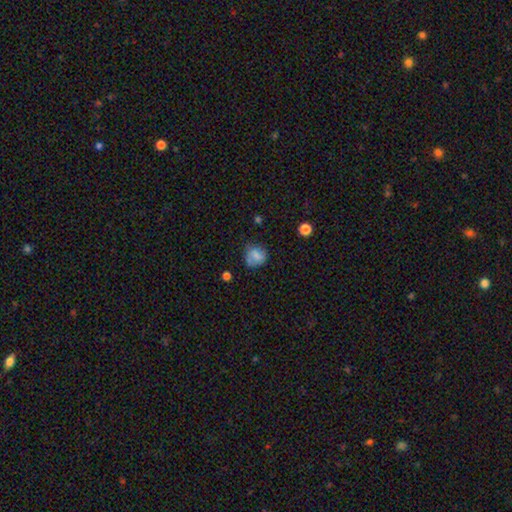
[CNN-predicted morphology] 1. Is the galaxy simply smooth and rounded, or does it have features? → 69% smooth, 21% featured or disk, 10% star or artifact.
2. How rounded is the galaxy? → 75% round, 24% in between, 1% cigar-shaped.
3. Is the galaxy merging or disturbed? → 61% none, 26% minor disturbance, 10% major disturbance, 3% merger.